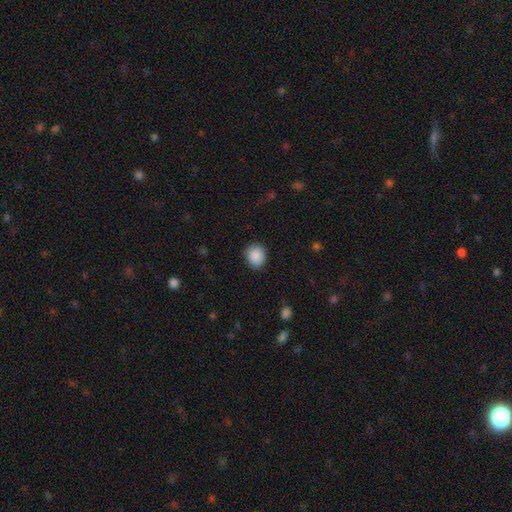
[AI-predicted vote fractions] smooth 89%, star or artifact 8%, featured or disk 3%. Down the decision tree: how rounded — round (68%); merging — none (86%).